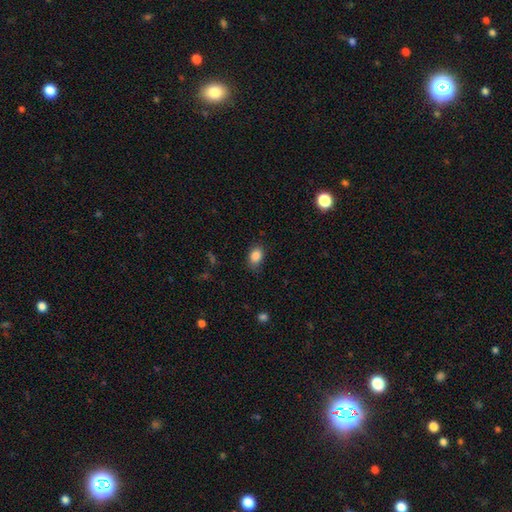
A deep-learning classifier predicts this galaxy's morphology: Smooth or featured? Predicted: smooth (p=0.86). How rounded? Predicted: in between (p=0.72). Merging? Predicted: none (p=0.74).